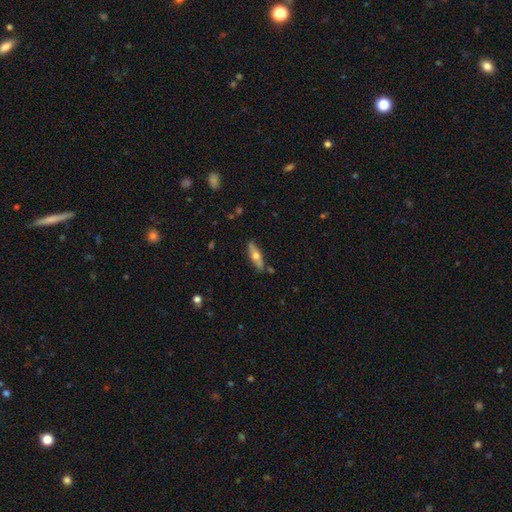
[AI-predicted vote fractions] Smooth or featured: smooth — 51% (featured or disk — 42%)
How rounded: cigar-shaped — 58% (in between — 40%)
Merging: none — 82% (minor disturbance — 13%)